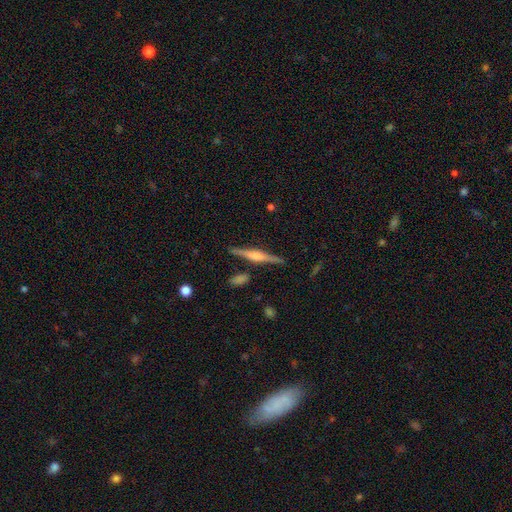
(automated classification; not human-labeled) smooth_or_featured: featured or disk (p=0.75) [alt: smooth p=0.19]
disk_edge_on: yes (p=0.98) [alt: no p=0.02]
edge_on_bulge: rounded (p=0.66) [alt: boxy p=0.27]
merging: none (p=0.87) [alt: minor disturbance p=0.08]